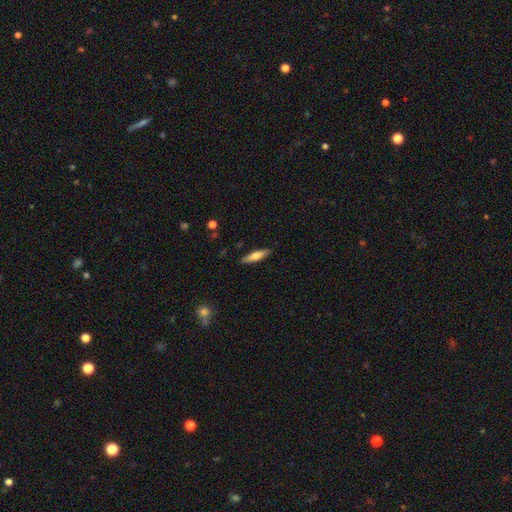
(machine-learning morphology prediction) Smooth or featured? smooth (59%)
How rounded? cigar-shaped (73%)
Merging? none (89%)